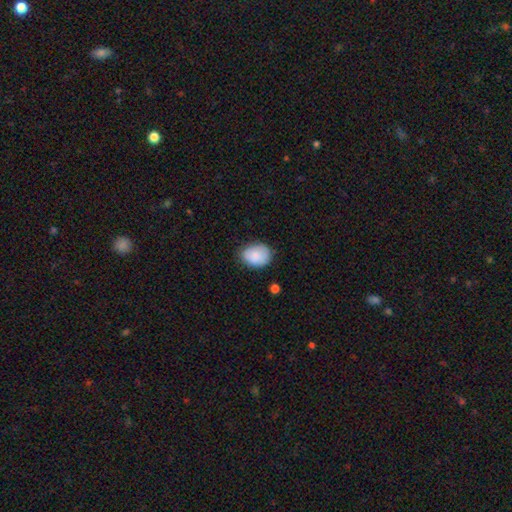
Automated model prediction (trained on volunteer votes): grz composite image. It shows a smooth galaxy with no disk features (86%) that is in between round and cigar-shaped (63%). Merging: none (73%).